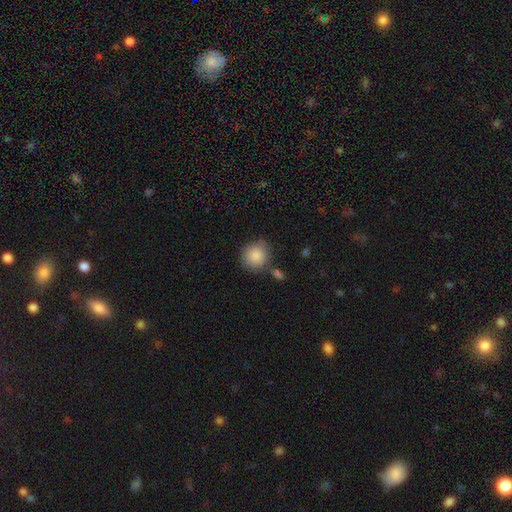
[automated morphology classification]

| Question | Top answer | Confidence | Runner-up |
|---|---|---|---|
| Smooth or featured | smooth | 87% | star or artifact (7%) |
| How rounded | round | 90% | in between (9%) |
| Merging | none | 73% | minor disturbance (16%) |